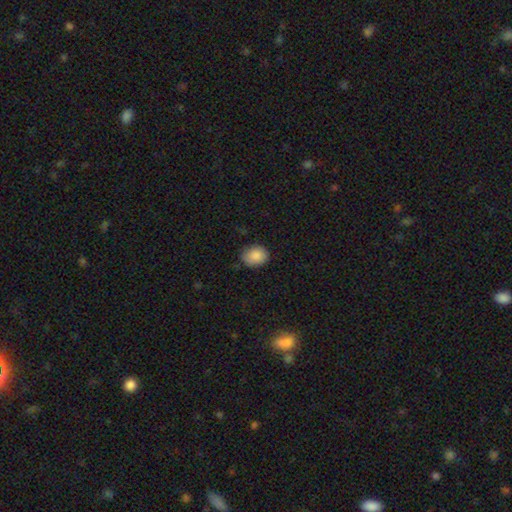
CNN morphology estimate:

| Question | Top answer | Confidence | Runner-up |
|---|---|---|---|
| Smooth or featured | smooth | 87% | star or artifact (8%) |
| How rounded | round | 50% | in between (49%) |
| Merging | none | 77% | minor disturbance (18%) |